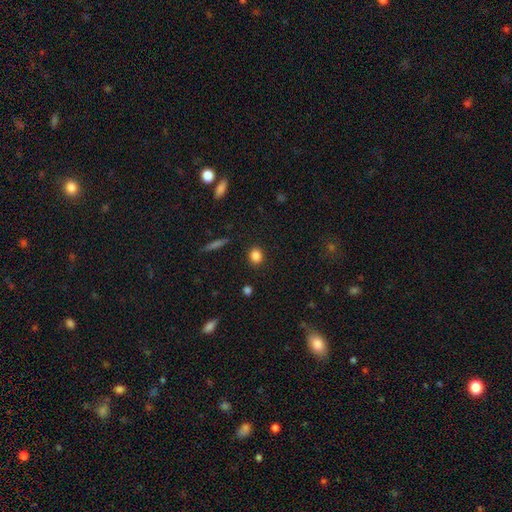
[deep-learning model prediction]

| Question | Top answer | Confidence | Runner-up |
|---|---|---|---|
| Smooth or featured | smooth | 85% | star or artifact (10%) |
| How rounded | round | 68% | in between (30%) |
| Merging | none | 89% | minor disturbance (7%) |